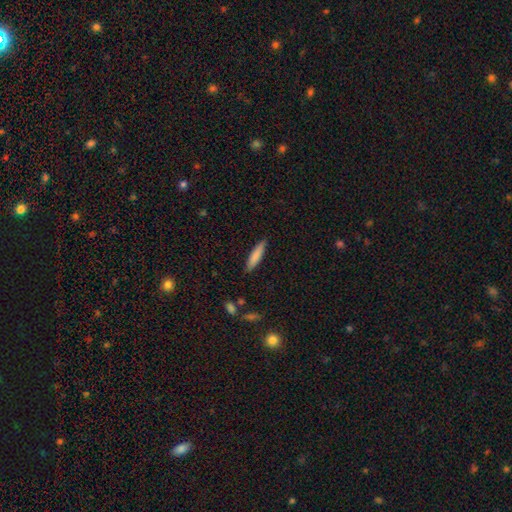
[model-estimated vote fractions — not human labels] This is clearly a smooth galaxy (82%). How rounded: clearly cigar-shaped (84%). Merging: clearly none (88%).